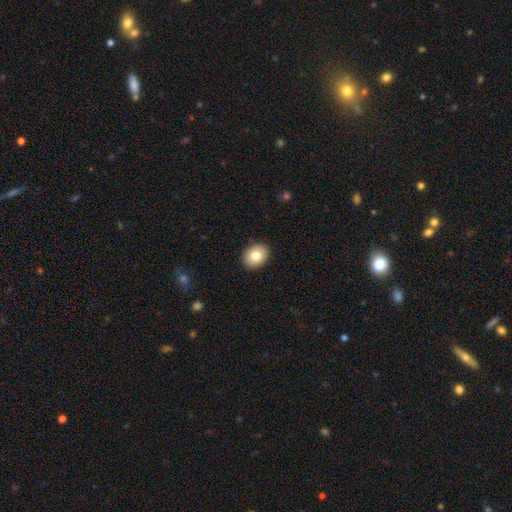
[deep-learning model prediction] smooth-or-featured: smooth: 81% | featured or disk: 11% | star or artifact: 8%
  how-rounded: in between: 58% | round: 41% | cigar-shaped: 1%
  merging: none: 90% | minor disturbance: 8% | major disturbance: 2% | merger: 1%